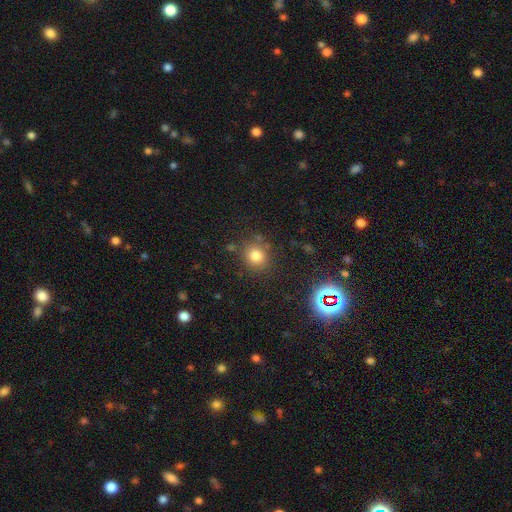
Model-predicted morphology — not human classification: Smooth or featured?
  - smooth: 78% *
  - star or artifact: 15%
  - featured or disk: 7%
How rounded?
  - round: 82% *
  - in between: 17%
  - cigar-shaped: 1%
Merging?
  - none: 81% *
  - minor disturbance: 11%
  - merger: 5%
  - major disturbance: 4%